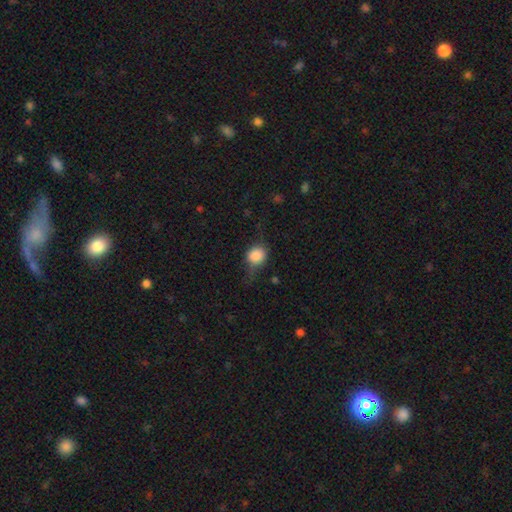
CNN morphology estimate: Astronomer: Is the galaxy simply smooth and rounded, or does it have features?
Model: smooth — 75%.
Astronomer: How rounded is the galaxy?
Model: round — 71%.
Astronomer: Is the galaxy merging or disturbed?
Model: none — 50% (runner-up: minor disturbance, 31%).